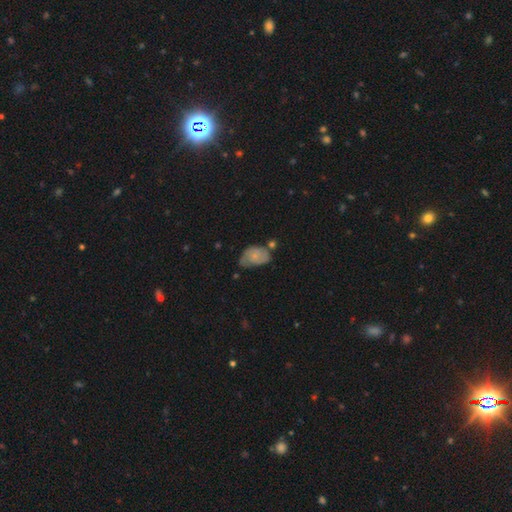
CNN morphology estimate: A featured or disk galaxy (46%, tied with smooth).

Vote fractions:
- Smooth or featured? featured or disk: 46% (tied) / smooth: 46% (tied) / star or artifact: 8%
- Merging? none: 38% / minor disturbance: 35% / major disturbance: 15% / merger: 11%